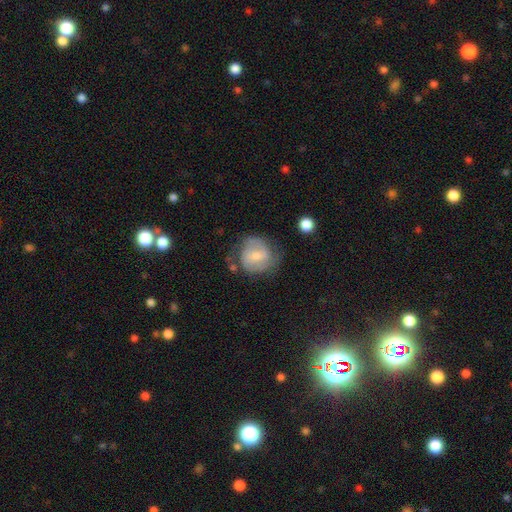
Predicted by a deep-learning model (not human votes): Smooth or featured? Predicted: featured or disk (p=0.56). Edge-on disk? Predicted: no (p=0.97). Bar? Predicted: weak (p=0.47). Spiral arms? Predicted: yes (p=0.81). Bulge size? Predicted: small (p=0.51). Merging? Predicted: none (p=0.55).